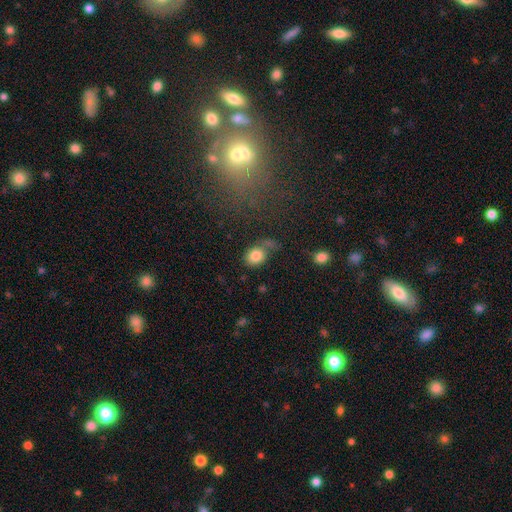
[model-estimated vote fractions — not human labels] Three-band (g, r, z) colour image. It shows a smooth galaxy with no disk features (83%) that is round (56%). Merging: none (53%).